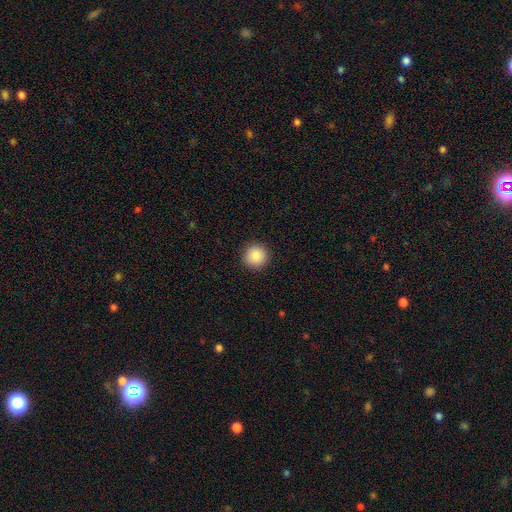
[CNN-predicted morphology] A smooth galaxy with no disk features (87%) that is round (96%).

Vote fractions:
- Smooth or featured? smooth: 87% / star or artifact: 9% / featured or disk: 4%
- How rounded? round: 96% / in between: 3% / cigar-shaped: 1%
- Merging? none: 93% / minor disturbance: 5% / major disturbance: 2% / merger: 1%